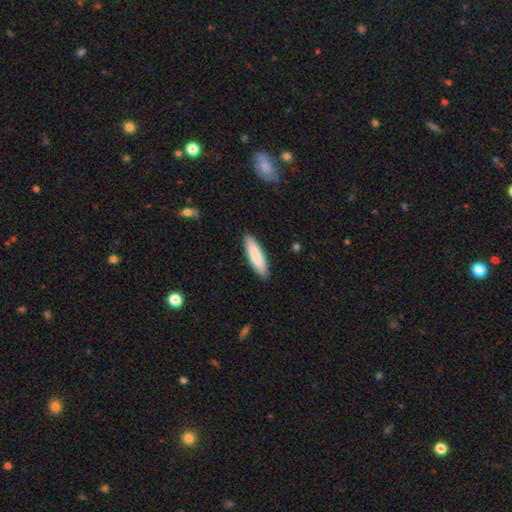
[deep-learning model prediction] smooth_or_featured: smooth (p=0.85) [alt: featured or disk p=0.10]
how_rounded: cigar-shaped (p=0.68) [alt: in between p=0.31]
merging: none (p=0.90) [alt: minor disturbance p=0.08]